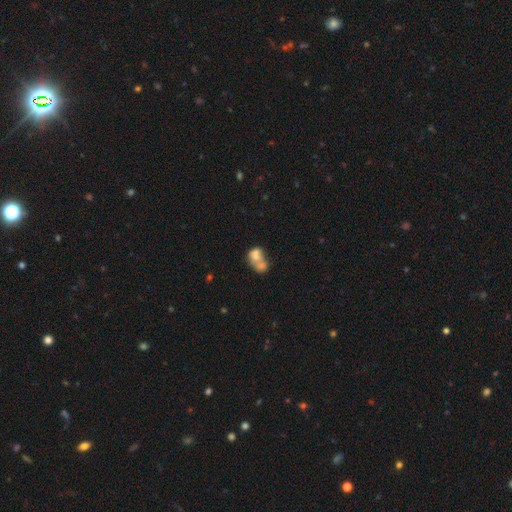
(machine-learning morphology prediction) The model was most divided on "how rounded": in between: 60%, round: 38%, cigar-shaped: 1%. More confident: merging — merger (71%); smooth or featured — smooth (61%).